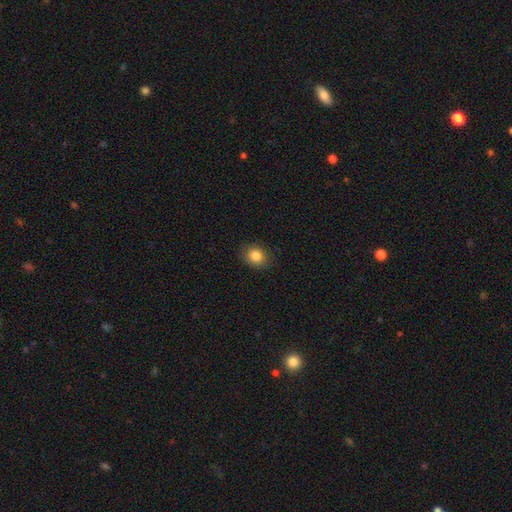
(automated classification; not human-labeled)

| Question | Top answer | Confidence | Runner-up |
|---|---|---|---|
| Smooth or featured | smooth | 84% | star or artifact (10%) |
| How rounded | round | 57% | in between (42%) |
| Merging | none | 87% | minor disturbance (10%) |